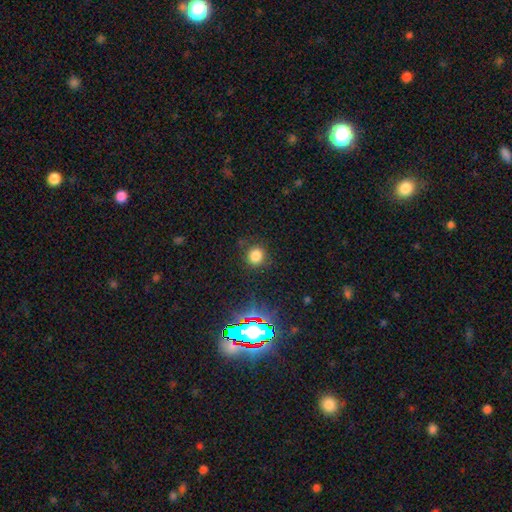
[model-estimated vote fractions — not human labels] A smooth galaxy with no disk features (76%) that is round (85%).

Vote fractions:
- Smooth or featured? smooth: 76% / star or artifact: 18% / featured or disk: 6%
- How rounded? round: 85% / in between: 14% / cigar-shaped: 1%
- Merging? none: 84% / minor disturbance: 10% / major disturbance: 4% / merger: 2%